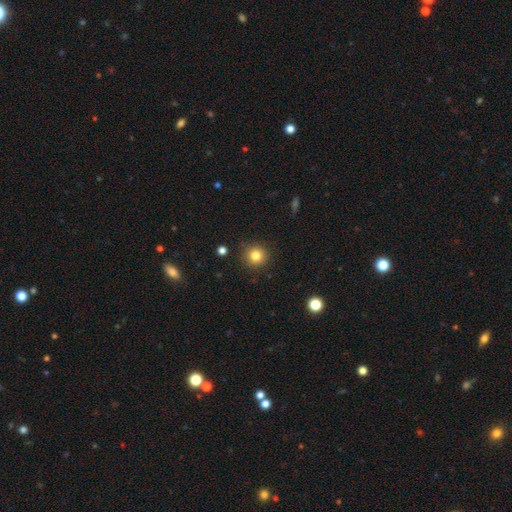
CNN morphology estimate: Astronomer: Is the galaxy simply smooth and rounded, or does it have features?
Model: smooth — 81%.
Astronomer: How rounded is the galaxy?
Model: round — 94%.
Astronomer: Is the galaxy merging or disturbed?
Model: none — 90%.